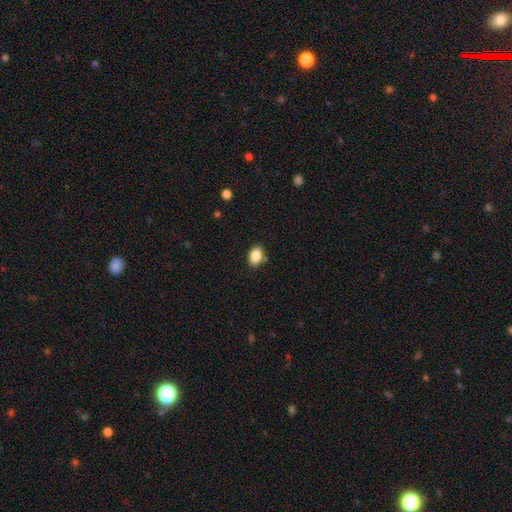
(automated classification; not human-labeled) Overall: smooth (87%). How rounded: in between (82%). Merging: none (83%).